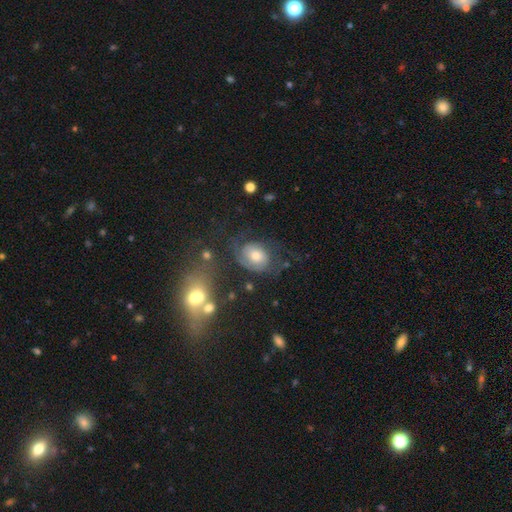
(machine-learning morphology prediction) Smooth or featured?
  - featured or disk: 55% *
  - smooth: 34%
  - star or artifact: 11%
Edge-on disk?
  - no: 97% *
  - yes: 3%
Bar?
  - no: 72% *
  - weak: 24%
  - strong: 4%
Spiral arms?
  - yes: 79% *
  - no: 21%
Bulge size?
  - moderate: 60% *
  - large: 19%
  - small: 16%
  - none: 3%
  - dominant: 2%
Merging?
  - none: 54% *
  - minor disturbance: 22%
  - major disturbance: 19%
  - merger: 5%